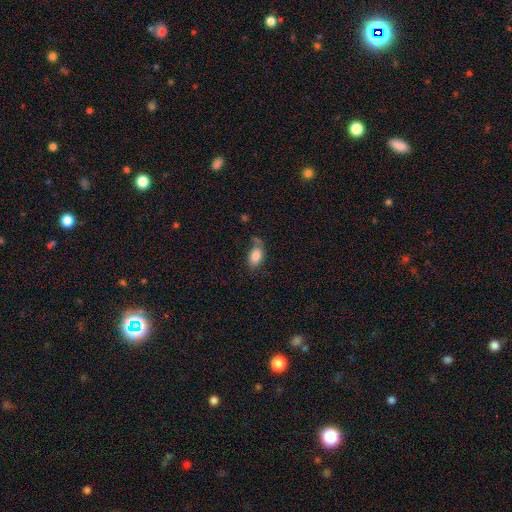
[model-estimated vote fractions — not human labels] Overall: smooth (83%). How rounded: in between (90%). Merging: none (51%; minor disturbance 27%).